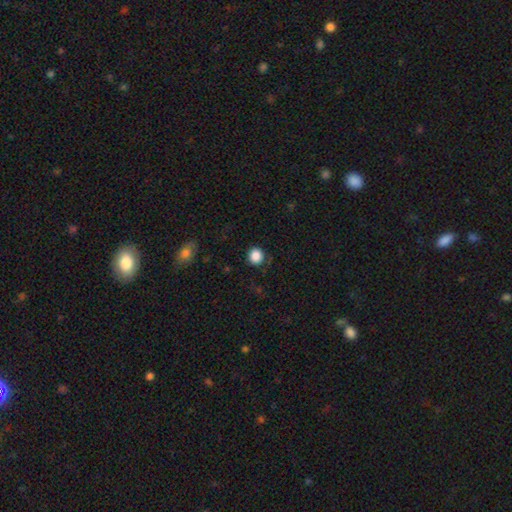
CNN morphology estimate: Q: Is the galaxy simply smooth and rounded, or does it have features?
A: smooth — 87%.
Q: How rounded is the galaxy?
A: round — 91%.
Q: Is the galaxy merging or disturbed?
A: none — 86%.